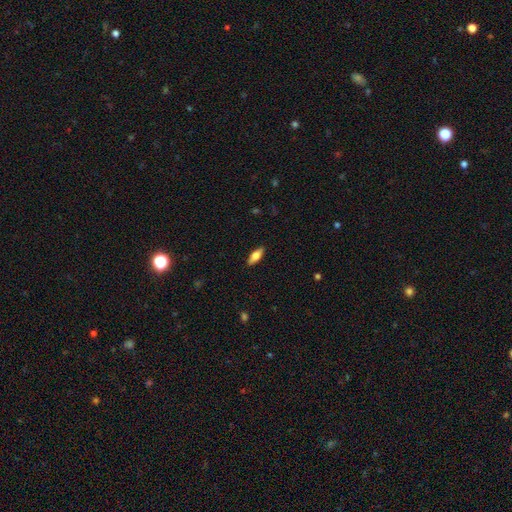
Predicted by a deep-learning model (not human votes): Overall: smooth (71%). How rounded: in between (73%). Merging: none (89%).